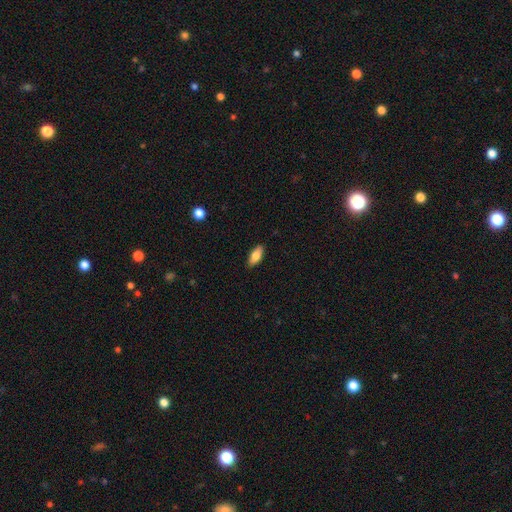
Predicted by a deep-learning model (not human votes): A smooth galaxy with no disk features (80%) that is in between round and cigar-shaped (83%). Merging: none (88%).